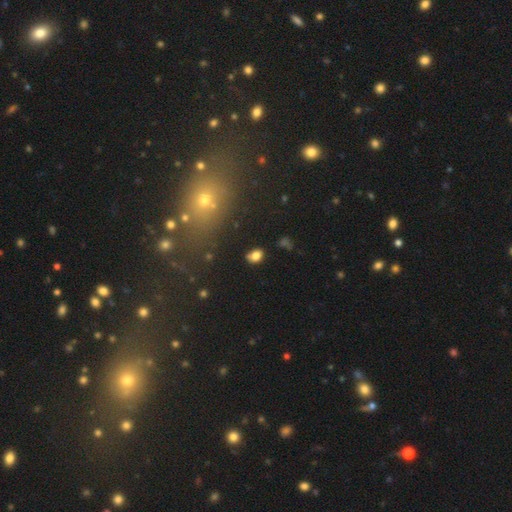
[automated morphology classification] Smooth or featured: smooth — 80% (star or artifact — 11%)
How rounded: in between — 77% (round — 21%)
Merging: none — 77% (minor disturbance — 15%)